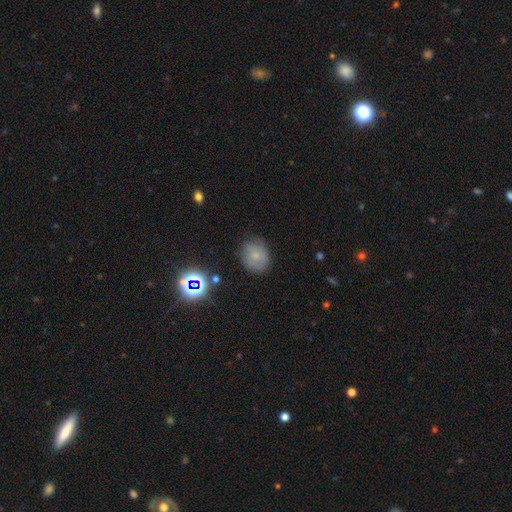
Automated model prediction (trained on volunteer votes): Smooth or featured?
  - smooth: 61% *
  - featured or disk: 24%
  - star or artifact: 15%
How rounded?
  - round: 59% *
  - in between: 40%
  - cigar-shaped: 1%
Merging?
  - none: 76% *
  - minor disturbance: 18%
  - major disturbance: 5%
  - merger: 2%